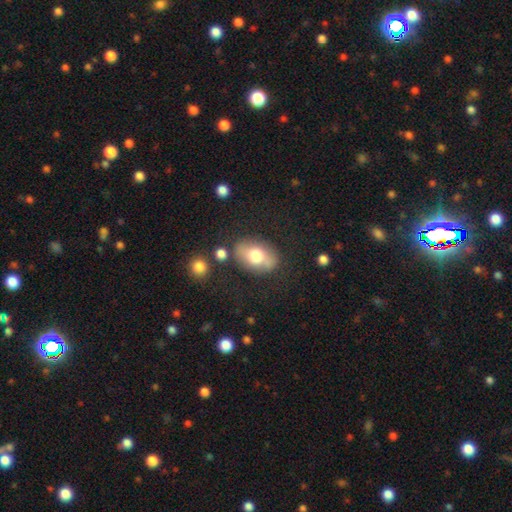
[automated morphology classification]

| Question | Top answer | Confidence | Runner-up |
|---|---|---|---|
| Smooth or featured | smooth | 64% | featured or disk (28%) |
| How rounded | in between | 82% | round (16%) |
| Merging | none | 76% | minor disturbance (14%) |